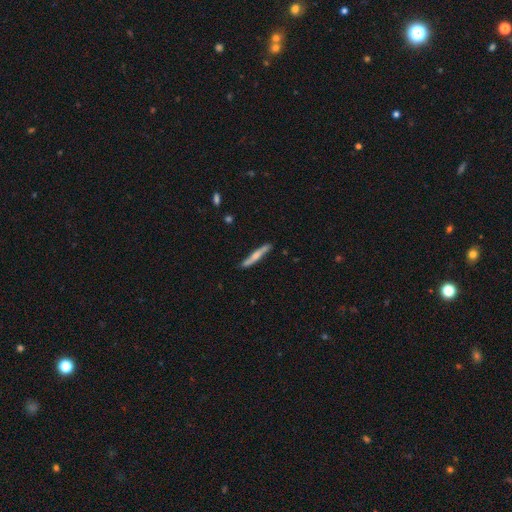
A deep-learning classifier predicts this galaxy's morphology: A smooth galaxy with no disk features (52%) that is cigar-shaped (95%).

Vote fractions:
- Smooth or featured? smooth: 52% / featured or disk: 43% / star or artifact: 5%
- How rounded? cigar-shaped: 95% / in between: 4% / round: 1%
- Merging? none: 85% / minor disturbance: 12% / major disturbance: 2% / merger: 2%